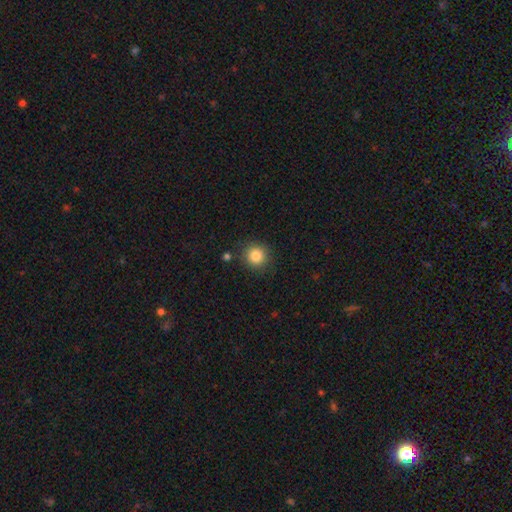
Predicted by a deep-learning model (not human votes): Morphology: type=smooth (84%); roundness=round (92%); merging=none (87%).